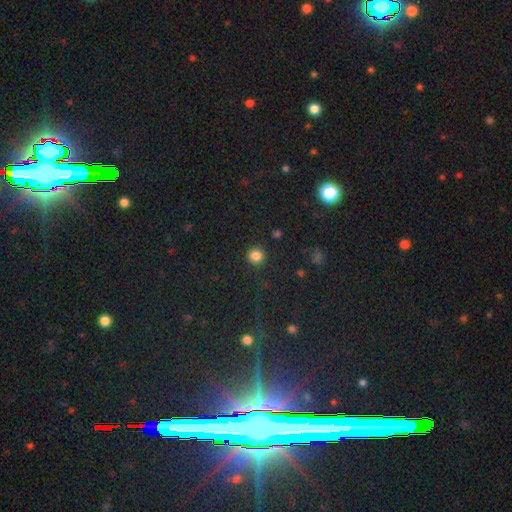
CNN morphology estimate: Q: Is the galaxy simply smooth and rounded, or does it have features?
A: smooth — 83%.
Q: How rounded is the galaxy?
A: round — 93%.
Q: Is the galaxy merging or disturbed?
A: none — 91%.